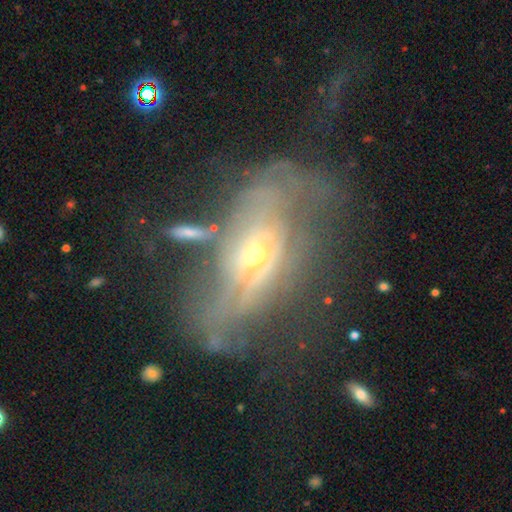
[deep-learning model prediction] smooth_or_featured: featured or disk (p=0.70) [alt: smooth p=0.20]
disk_edge_on: no (p=0.78) [alt: yes p=0.22]
bar: no (p=0.75) [alt: weak p=0.17]
has_spiral_arms: no (p=0.58) [alt: yes p=0.42]
bulge_size: moderate (p=0.52) [alt: small p=0.42]
merging: major disturbance (p=0.45) [alt: none p=0.27]